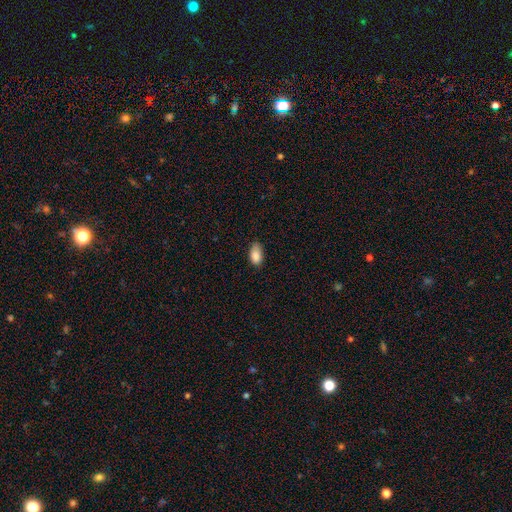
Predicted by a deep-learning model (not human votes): Overall: smooth (88%). How rounded: in between (93%). Merging: none (70%).